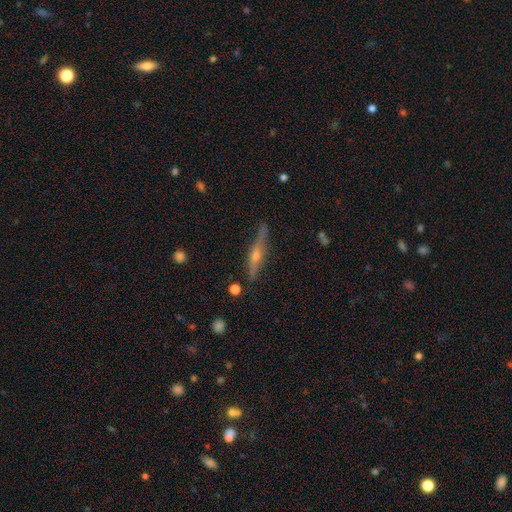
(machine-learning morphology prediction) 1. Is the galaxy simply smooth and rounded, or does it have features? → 71% featured or disk, 22% smooth, 7% star or artifact.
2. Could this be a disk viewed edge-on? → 95% yes, 5% no.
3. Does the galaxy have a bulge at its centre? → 89% rounded, 6% none, 5% boxy.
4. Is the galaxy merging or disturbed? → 83% none, 13% minor disturbance, 3% major disturbance, 2% merger.